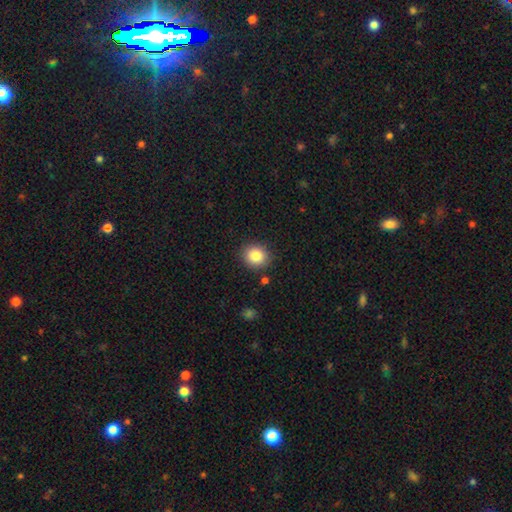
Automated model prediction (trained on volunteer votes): Smooth or featured? Predicted: smooth (p=0.86). How rounded? Predicted: round (p=0.77). Merging? Predicted: none (p=0.87).